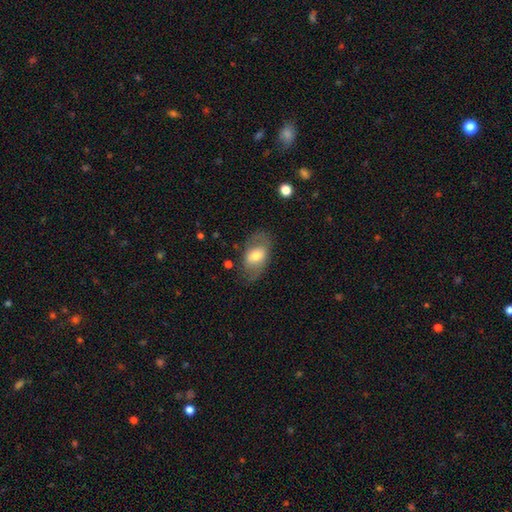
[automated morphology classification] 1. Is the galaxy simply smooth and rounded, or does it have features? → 57% smooth, 36% featured or disk, 7% star or artifact.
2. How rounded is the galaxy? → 87% in between, 11% round, 2% cigar-shaped.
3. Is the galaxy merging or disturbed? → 70% none, 18% minor disturbance, 10% major disturbance, 2% merger.